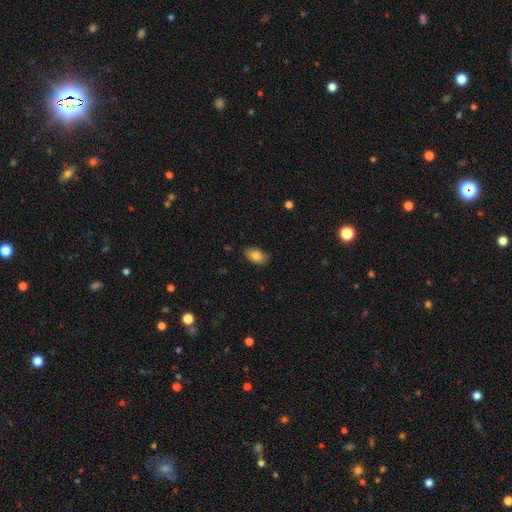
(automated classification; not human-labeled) Q: Smooth or featured?
A: smooth (84%); runner-up: featured or disk (8%)
Q: How rounded?
A: in between (92%); runner-up: round (6%)
Q: Merging?
A: none (84%); runner-up: minor disturbance (12%)